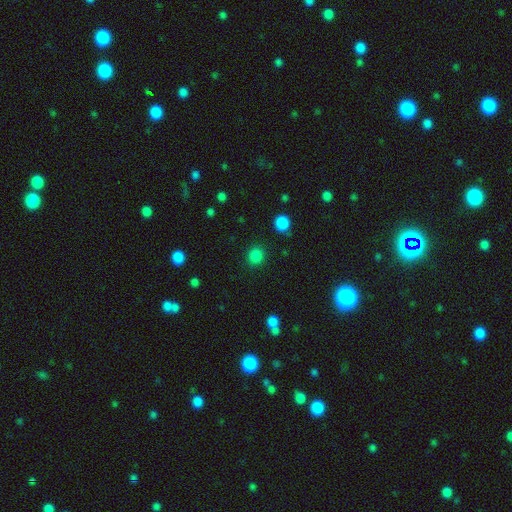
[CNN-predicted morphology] The model was most divided on "smooth or featured": smooth: 84%, star or artifact: 13%, featured or disk: 3%. More confident: merging — none (88%); how rounded — round (86%).